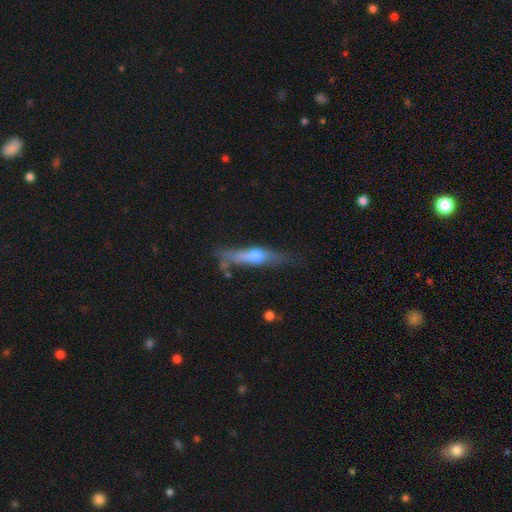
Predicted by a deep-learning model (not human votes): This appears to be a featured or disk galaxy (56%) viewed edge-on (87%). Merging: none (62%).